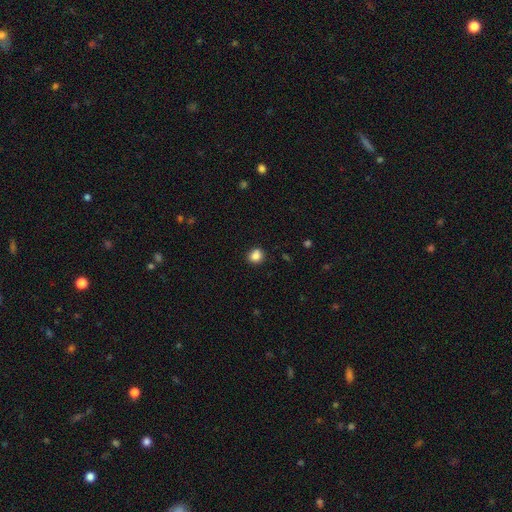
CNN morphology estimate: A smooth galaxy with no disk features (84%) that is round (81%).

Vote fractions:
- Smooth or featured? smooth: 84% / star or artifact: 10% / featured or disk: 5%
- How rounded? round: 81% / in between: 18% / cigar-shaped: 1%
- Merging? none: 84% / minor disturbance: 10% / merger: 3% / major disturbance: 2%